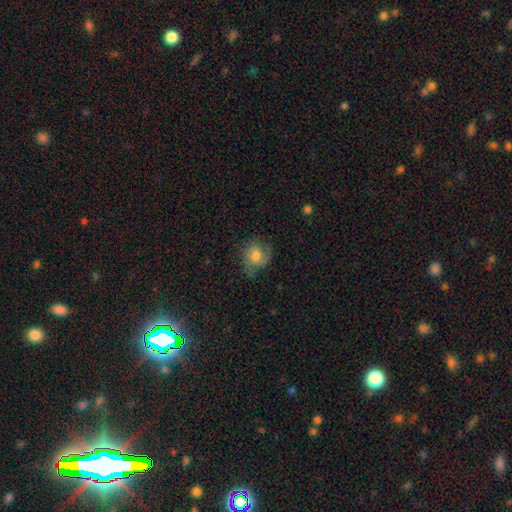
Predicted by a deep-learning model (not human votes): A featured or disk galaxy (45%, tied with smooth).

Vote fractions:
- Smooth or featured? featured or disk: 45% (tied) / smooth: 45% (tied) / star or artifact: 9%
- Merging? none: 67% / minor disturbance: 22% / major disturbance: 10% / merger: 1%